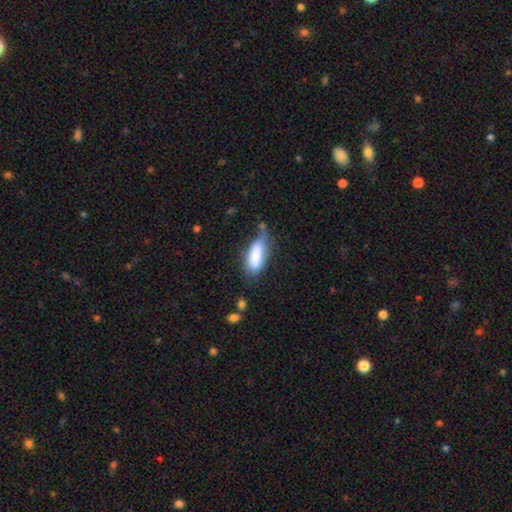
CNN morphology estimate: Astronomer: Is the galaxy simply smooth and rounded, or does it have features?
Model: smooth — 79%.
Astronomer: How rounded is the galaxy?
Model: in between — 74%.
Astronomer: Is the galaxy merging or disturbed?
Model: none — 39% (runner-up: minor disturbance, 36%).